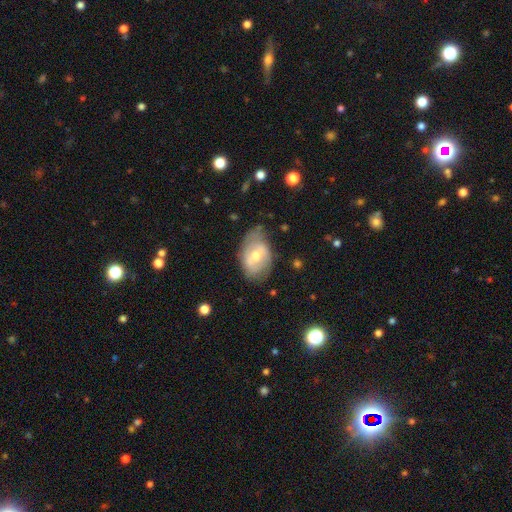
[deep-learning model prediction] featured or disk 54%, smooth 39%, star or artifact 6%. Down the decision tree: edge-on disk — no (93%); bar — weak (48%); spiral arms — yes (52%); bulge size — moderate (68%); merging — none (57%).